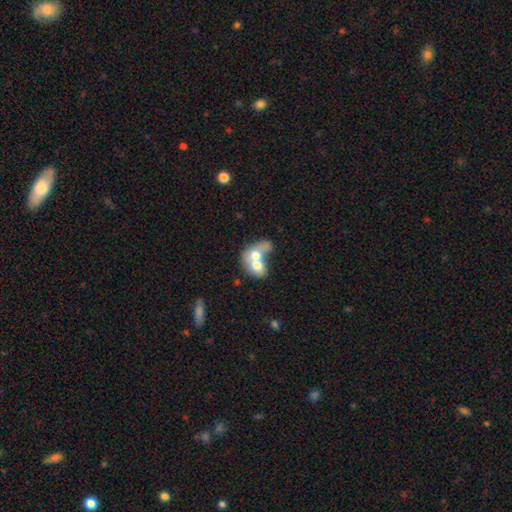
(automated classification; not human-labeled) Morphology: type=smooth (60%); roundness=in between (65%); merging=merger (80%).